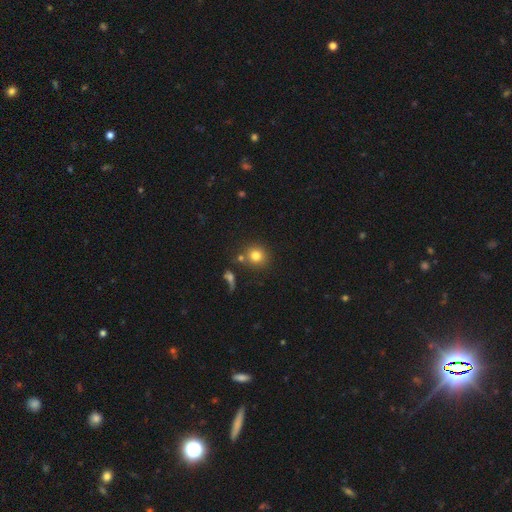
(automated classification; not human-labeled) This is likely a smooth galaxy (79%). How rounded: clearly round (88%). Merging: likely none (72%).